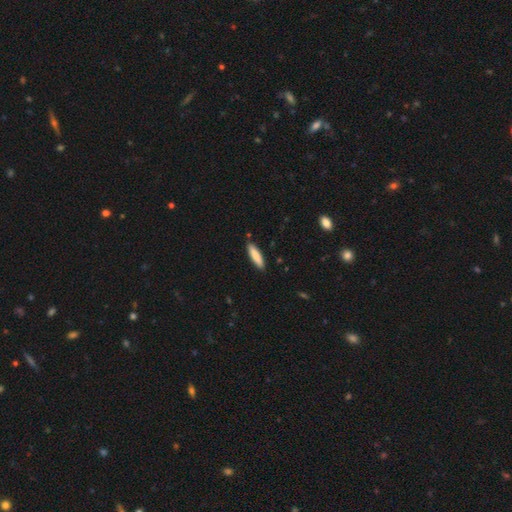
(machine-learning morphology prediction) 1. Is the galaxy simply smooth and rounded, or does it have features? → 83% smooth, 12% featured or disk, 5% star or artifact.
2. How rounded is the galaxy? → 75% cigar-shaped, 24% in between, 1% round.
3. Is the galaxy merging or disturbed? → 88% none, 9% minor disturbance, 2% major disturbance, 1% merger.